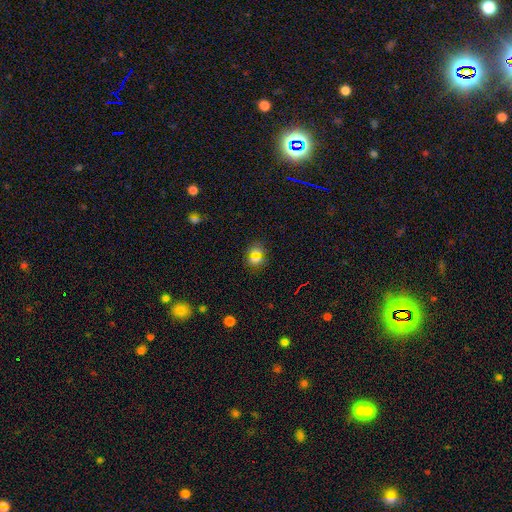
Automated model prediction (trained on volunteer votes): A smooth galaxy with no disk features (58%) that is round (66%).

Vote fractions:
- Smooth or featured? smooth: 58% / star or artifact: 27% / featured or disk: 15%
- How rounded? round: 66% / in between: 31% / cigar-shaped: 3%
- Merging? none: 63% / merger: 22% / minor disturbance: 11% / major disturbance: 5%